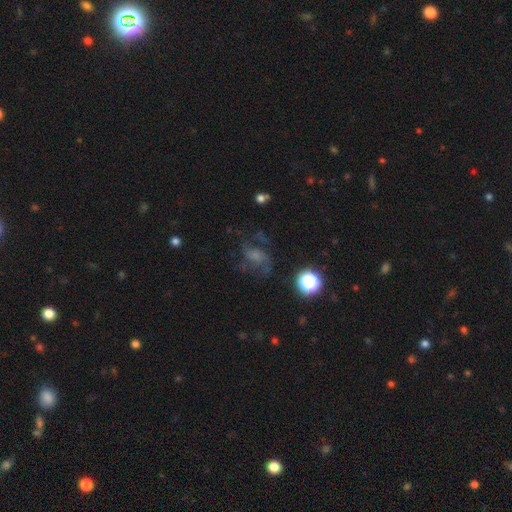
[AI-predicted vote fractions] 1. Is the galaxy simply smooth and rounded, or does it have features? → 56% featured or disk, 24% star or artifact, 20% smooth.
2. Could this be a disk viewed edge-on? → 96% no, 4% yes.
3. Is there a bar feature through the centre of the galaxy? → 60% no, 32% weak, 8% strong.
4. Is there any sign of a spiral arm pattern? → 85% yes, 15% no.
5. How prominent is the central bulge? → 36% none, 26% small, 24% moderate, 11% large, 3% dominant.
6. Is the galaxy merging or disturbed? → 60% none, 20% major disturbance, 17% minor disturbance, 3% merger.